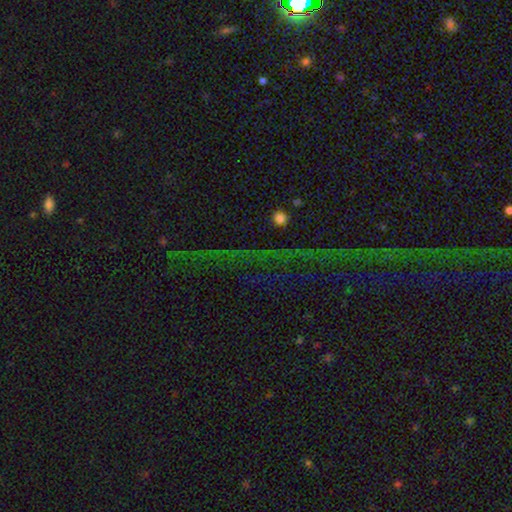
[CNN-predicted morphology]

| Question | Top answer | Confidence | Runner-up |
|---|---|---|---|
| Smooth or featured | star or artifact | 81% | featured or disk (10%) |